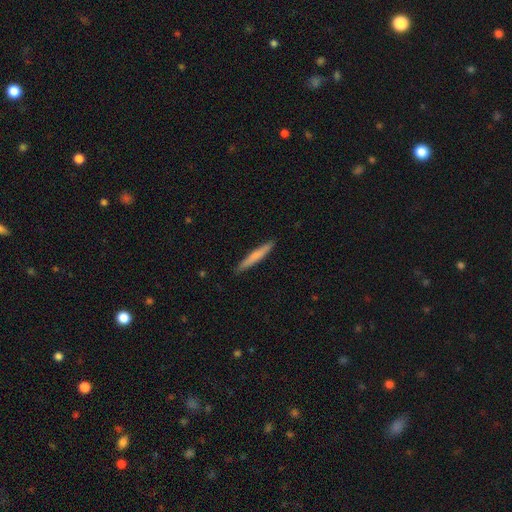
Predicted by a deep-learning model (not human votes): Morphology: type=smooth (68%); roundness=cigar-shaped (95%); merging=none (91%).